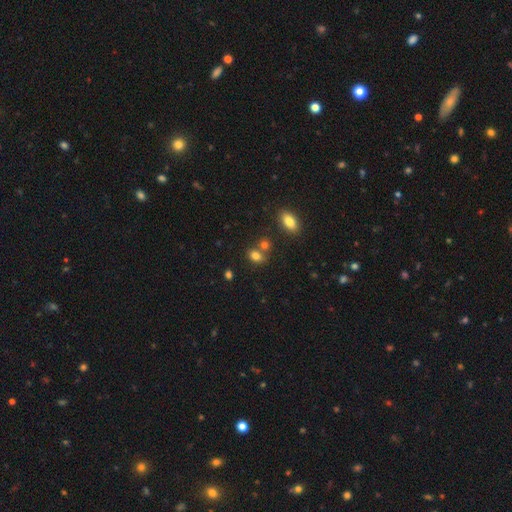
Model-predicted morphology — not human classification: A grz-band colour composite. It shows a smooth galaxy with no disk features (79%) that is in between round and cigar-shaped (68%). Merging: none (53%).